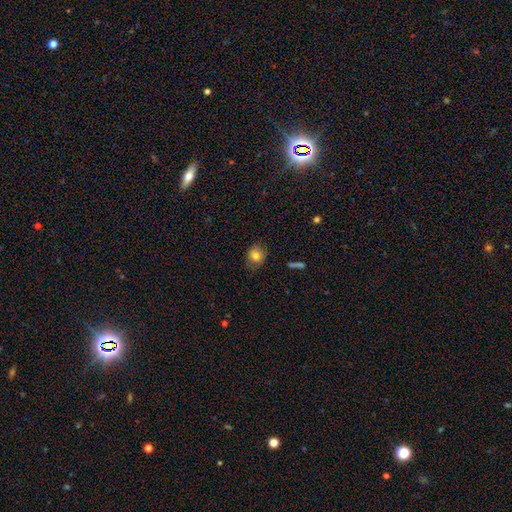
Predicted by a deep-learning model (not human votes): A smooth galaxy with no disk features (78%) that is round (71%). Merging: none (76%).